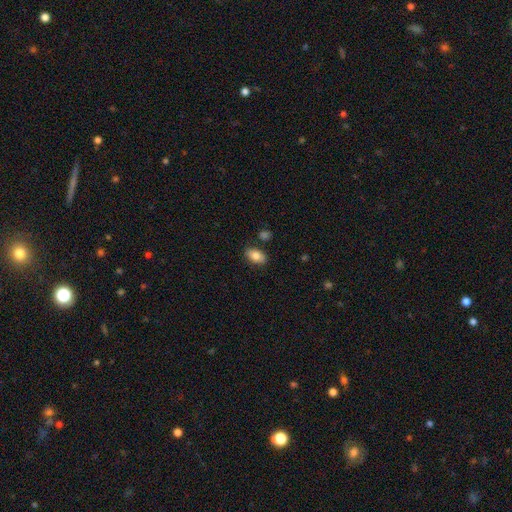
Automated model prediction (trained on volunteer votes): smooth_or_featured: smooth (p=0.83) [alt: featured or disk p=0.09]
how_rounded: in between (p=0.92) [alt: round p=0.06]
merging: none (p=0.84) [alt: minor disturbance p=0.10]